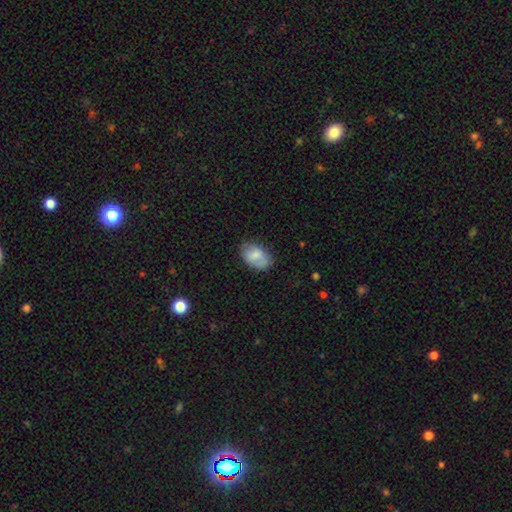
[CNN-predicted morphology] The model was most divided on "merging": none: 66%, minor disturbance: 26%, major disturbance: 6%, merger: 2%. More confident: how rounded — in between (90%); smooth or featured — smooth (75%).